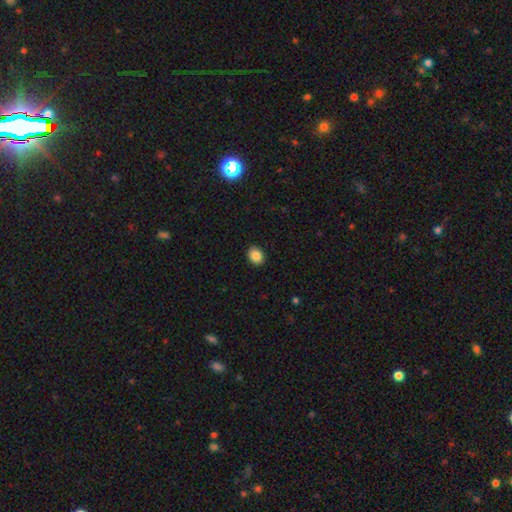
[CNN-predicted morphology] This is clearly a smooth galaxy (87%). How rounded: possibly in between (51%). Merging: clearly none (91%).